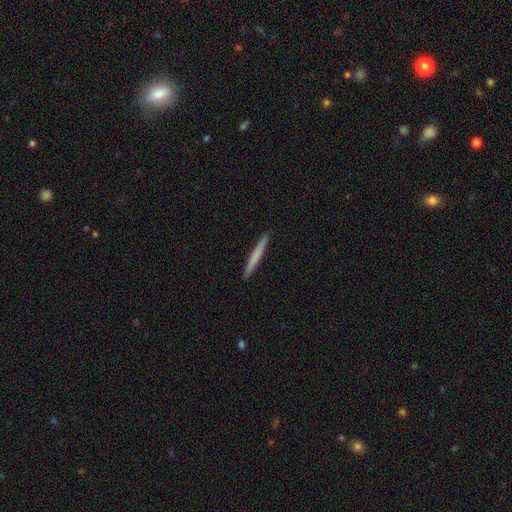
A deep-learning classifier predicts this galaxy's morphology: Smooth or featured: smooth — 65% (featured or disk — 30%)
How rounded: cigar-shaped — 97% (in between — 2%)
Merging: none — 93% (minor disturbance — 4%)